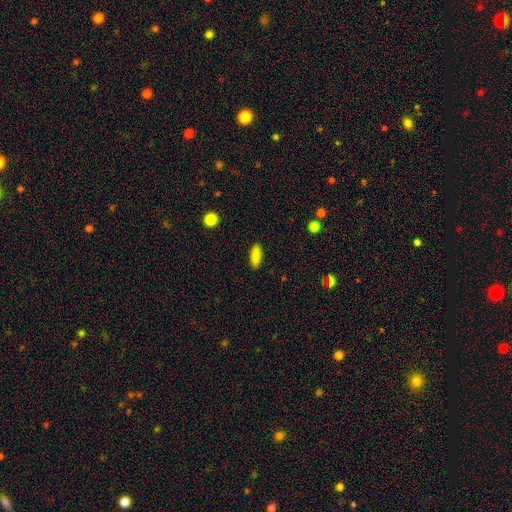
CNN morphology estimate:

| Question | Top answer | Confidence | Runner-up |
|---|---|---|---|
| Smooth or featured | smooth | 88% | star or artifact (7%) |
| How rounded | in between | 63% | cigar-shaped (35%) |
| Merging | none | 89% | minor disturbance (8%) |